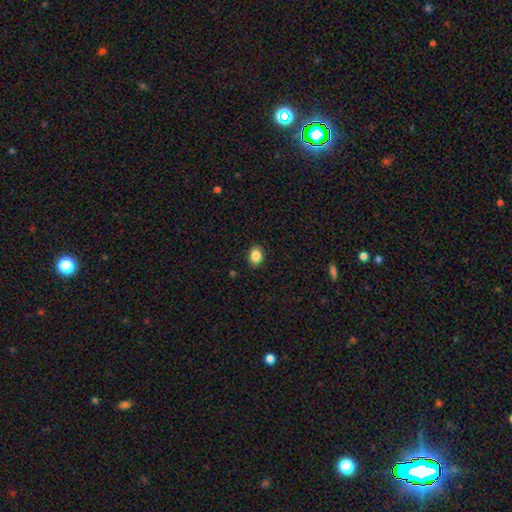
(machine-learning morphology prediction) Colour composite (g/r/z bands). It shows a smooth galaxy with no disk features (86%) that is in between round and cigar-shaped (65%). Merging: none (88%).